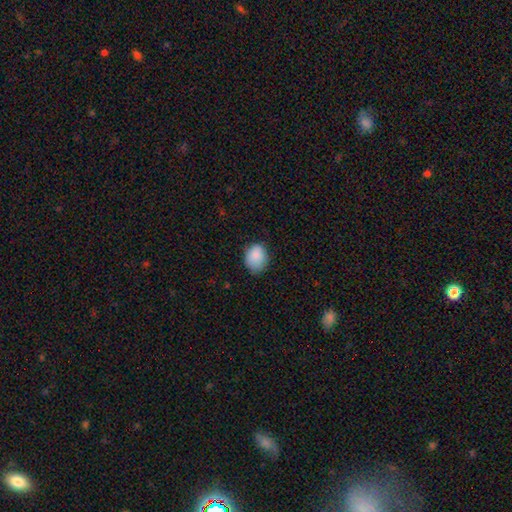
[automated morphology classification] type=smooth (87%); roundness=in between (57%); merging=none (68%).